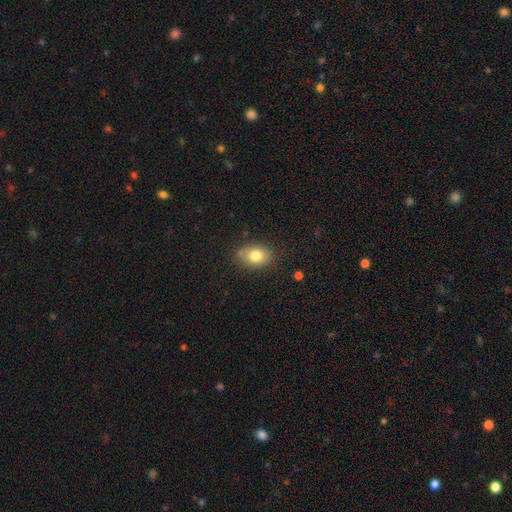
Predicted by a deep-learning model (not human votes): smooth_or_featured: smooth (p=0.79) [alt: featured or disk p=0.12]
how_rounded: in between (p=0.74) [alt: round p=0.25]
merging: none (p=0.77) [alt: minor disturbance p=0.17]